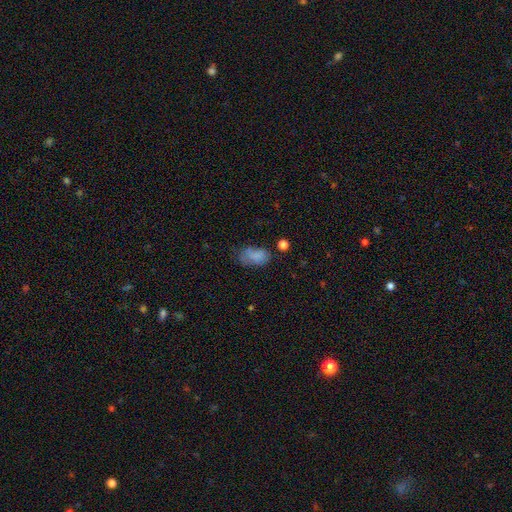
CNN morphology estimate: smooth 73%, featured or disk 16%, star or artifact 12%. Down the decision tree: how rounded — in between (87%); merging — none (42%).